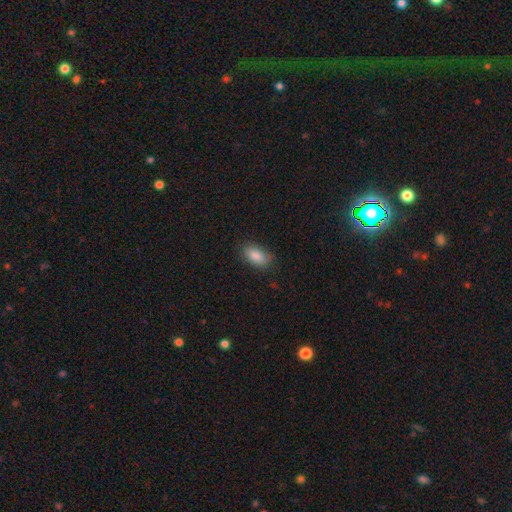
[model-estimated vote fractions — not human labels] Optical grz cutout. It shows a smooth galaxy with no disk features (87%) that is in between round and cigar-shaped (91%). Merging: none (81%).